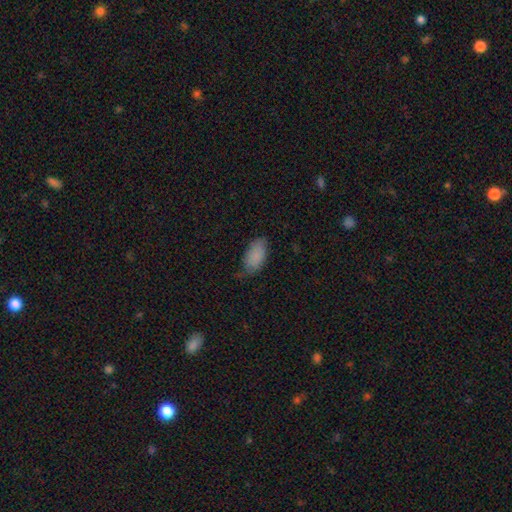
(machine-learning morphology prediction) type=smooth (84%); roundness=in between (94%); merging=none (59%).